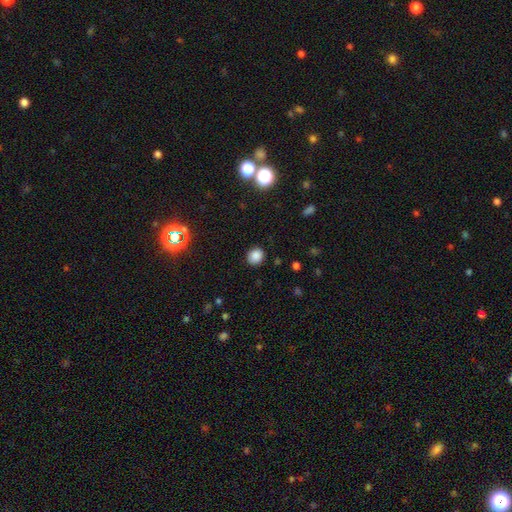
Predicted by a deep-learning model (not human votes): smooth-or-featured: smooth: 84% | star or artifact: 12% | featured or disk: 3%
  how-rounded: round: 79% | in between: 20% | cigar-shaped: 1%
  merging: none: 88% | minor disturbance: 8% | major disturbance: 2% | merger: 1%